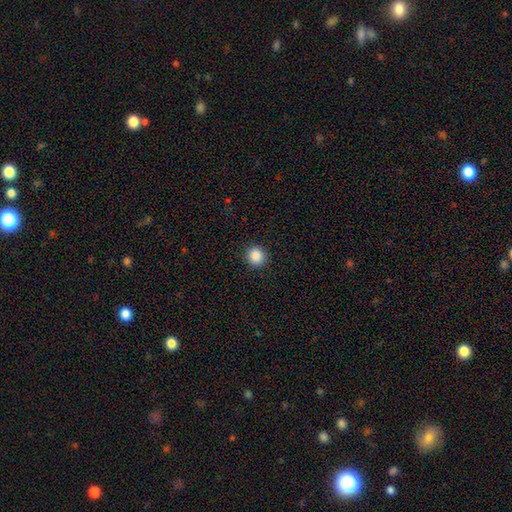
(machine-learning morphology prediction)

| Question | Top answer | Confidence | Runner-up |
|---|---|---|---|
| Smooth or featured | smooth | 87% | star or artifact (10%) |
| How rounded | round | 92% | in between (7%) |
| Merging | none | 92% | minor disturbance (5%) |